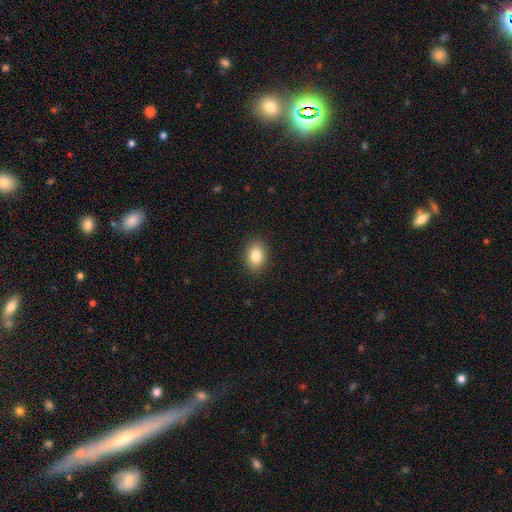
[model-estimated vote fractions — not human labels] The model was most divided on "how rounded": in between: 75%, round: 24%, cigar-shaped: 1%. More confident: merging — none (89%); smooth or featured — smooth (84%).